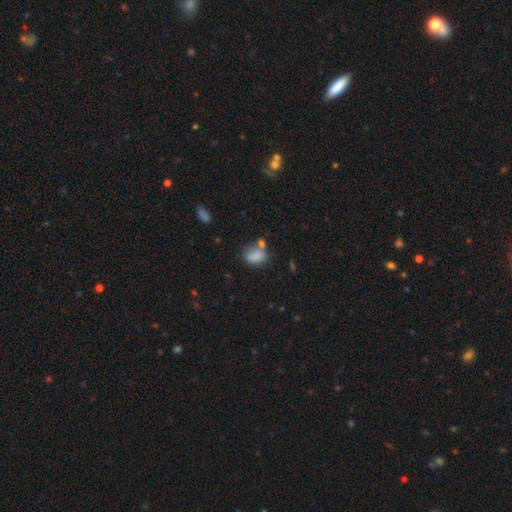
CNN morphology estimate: Overall: smooth (82%). How rounded: in between (73%). Merging: none (50%; merger 21%).